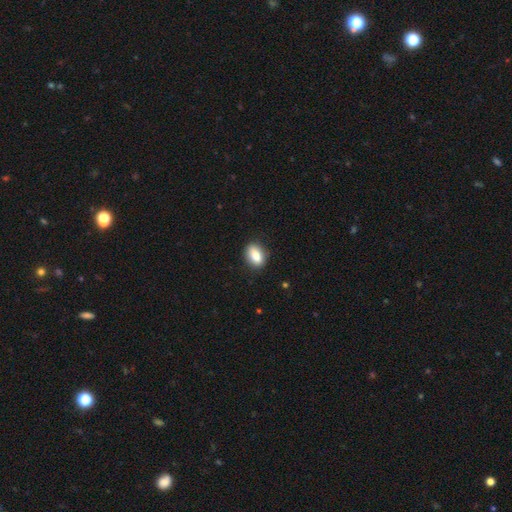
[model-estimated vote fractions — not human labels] This appears to be a smooth galaxy with no disk features (84%) that is in between round and cigar-shaped (83%). Merging: none (86%).